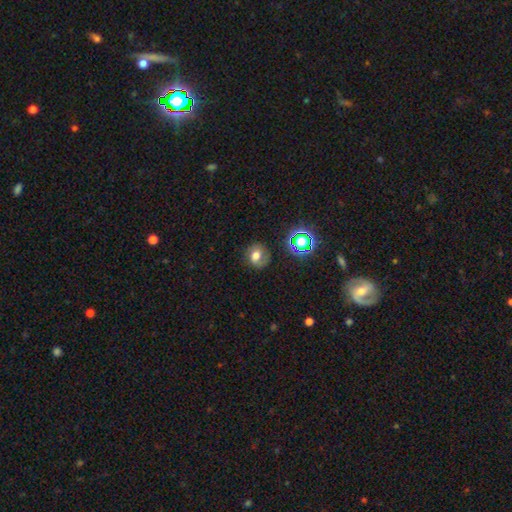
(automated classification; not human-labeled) smooth_or_featured: smooth (p=0.62) [alt: featured or disk p=0.22]
how_rounded: round (p=0.69) [alt: in between p=0.30]
merging: none (p=0.75) [alt: minor disturbance p=0.17]